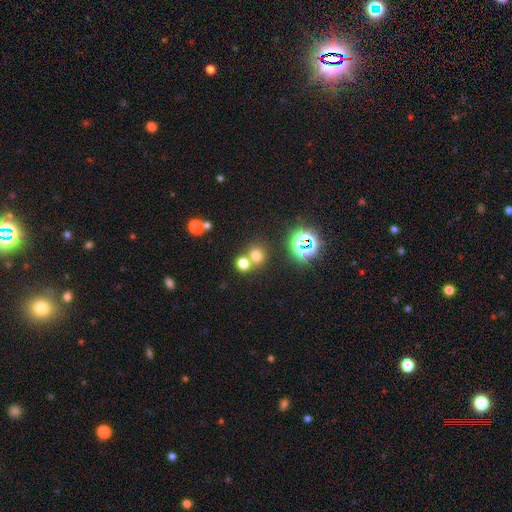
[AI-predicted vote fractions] smooth_or_featured: smooth (p=0.67) [alt: star or artifact p=0.25]
how_rounded: round (p=0.84) [alt: in between p=0.15]
merging: none (p=0.60) [alt: merger p=0.30]